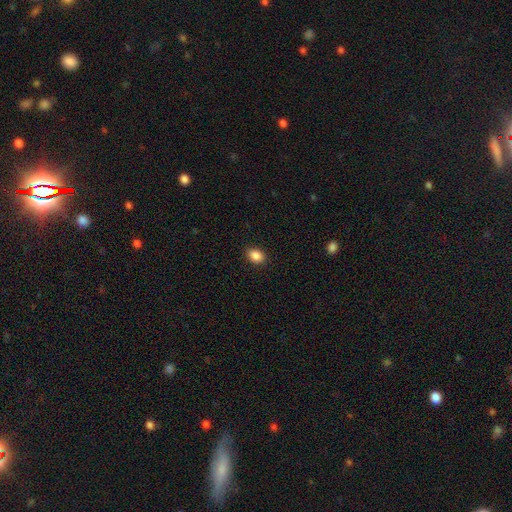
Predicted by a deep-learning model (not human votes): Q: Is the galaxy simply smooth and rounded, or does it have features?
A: smooth — 88%.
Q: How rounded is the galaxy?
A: in between — 67%.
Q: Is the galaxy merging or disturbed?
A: none — 91%.